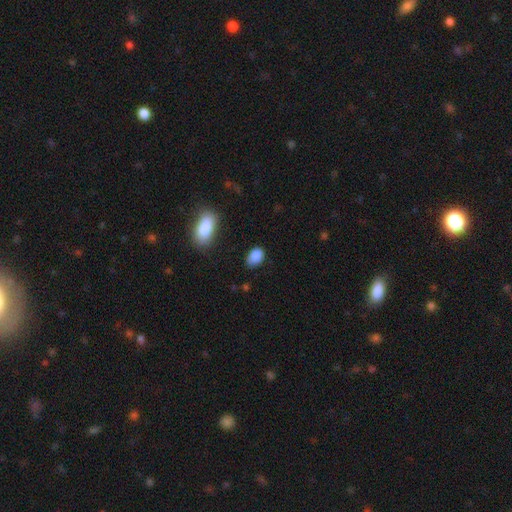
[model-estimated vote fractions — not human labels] Smooth or featured: smooth — 87% (star or artifact — 8%)
How rounded: in between — 81% (round — 18%)
Merging: none — 65% (minor disturbance — 27%)